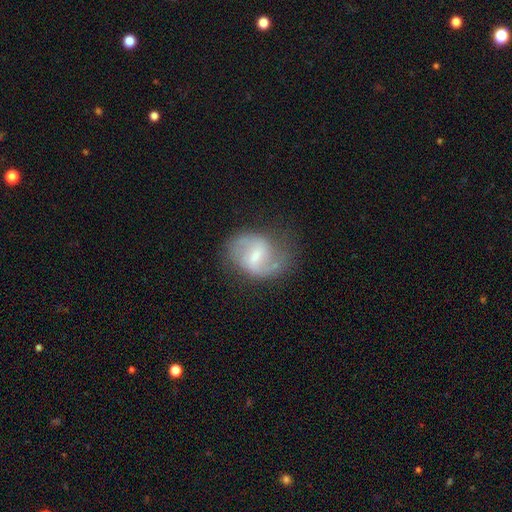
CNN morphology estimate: Q: Smooth or featured?
A: featured or disk (80%); runner-up: smooth (14%)
Q: Edge-on disk?
A: no (98%); runner-up: yes (2%)
Q: Bar?
A: weak (61%); runner-up: strong (23%)
Q: Spiral arms?
A: yes (94%); runner-up: no (6%)
Q: Spiral winding?
A: medium (50%); runner-up: loose (37%)
Q: Spiral arm count?
A: 2 (88%); runner-up: can't tell (5%)
Q: Bulge size?
A: small (49%); runner-up: moderate (36%)
Q: Merging?
A: none (70%); runner-up: minor disturbance (19%)